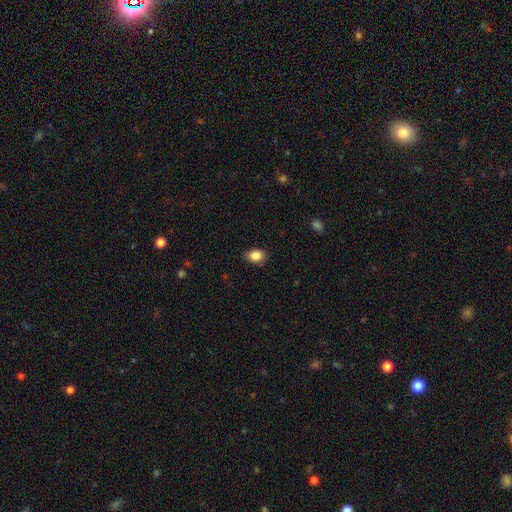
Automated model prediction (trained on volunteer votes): smooth 86%, star or artifact 9%, featured or disk 5%. Down the decision tree: how rounded — in between (64%); merging — none (85%).